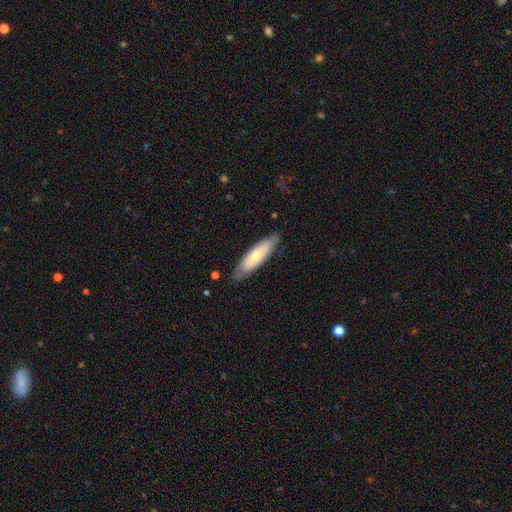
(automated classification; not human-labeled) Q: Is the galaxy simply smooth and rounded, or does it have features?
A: smooth — 57%.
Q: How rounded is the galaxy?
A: cigar-shaped — 63%.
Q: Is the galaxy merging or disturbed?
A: none — 82%.